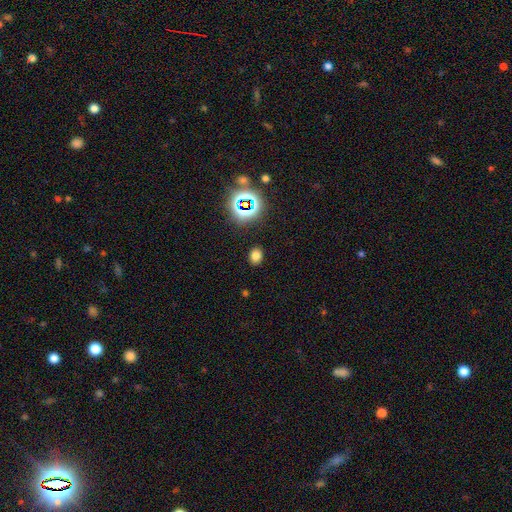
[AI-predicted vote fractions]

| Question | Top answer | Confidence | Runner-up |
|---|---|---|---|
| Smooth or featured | smooth | 72% | star or artifact (22%) |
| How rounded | round | 53% | in between (46%) |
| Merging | none | 88% | minor disturbance (8%) |